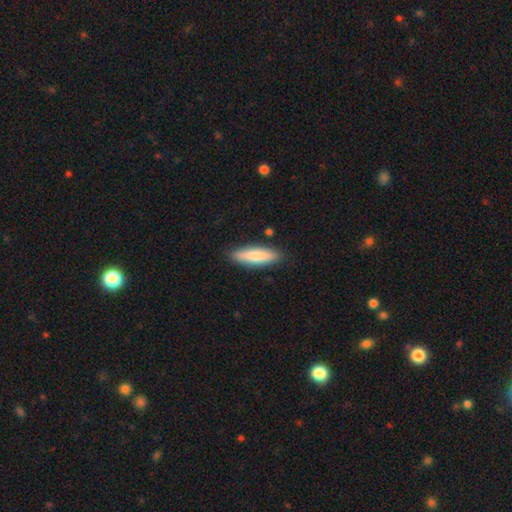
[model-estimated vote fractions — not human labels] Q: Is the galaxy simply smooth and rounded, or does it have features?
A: smooth — 80%.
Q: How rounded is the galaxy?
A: cigar-shaped — 64%.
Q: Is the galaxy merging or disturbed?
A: none — 87%.